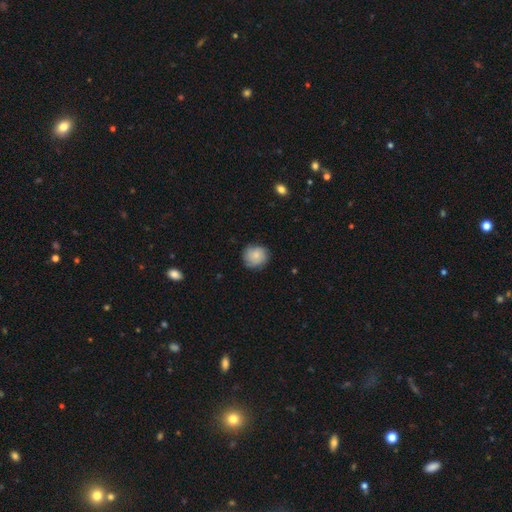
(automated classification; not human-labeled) smooth 72%, featured or disk 20%, star or artifact 8%. Down the decision tree: how rounded — round (86%); merging — none (79%).